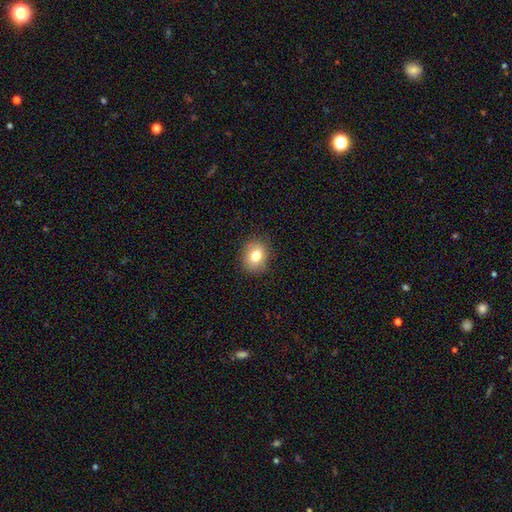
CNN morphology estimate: type=smooth (78%); roundness=round (59%); merging=none (87%).